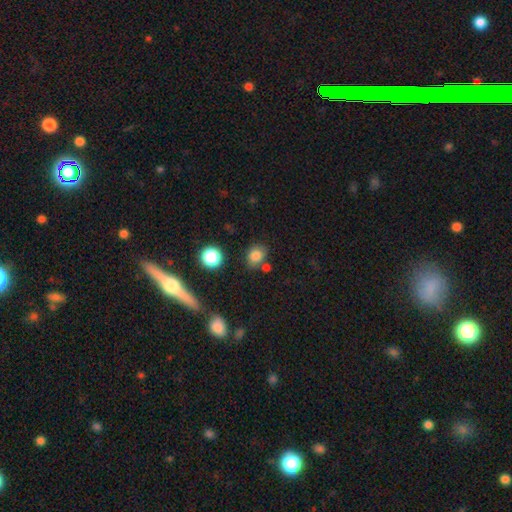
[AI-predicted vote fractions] smooth 81%, star or artifact 12%, featured or disk 7%. Down the decision tree: how rounded — round (52%); merging — none (70%).